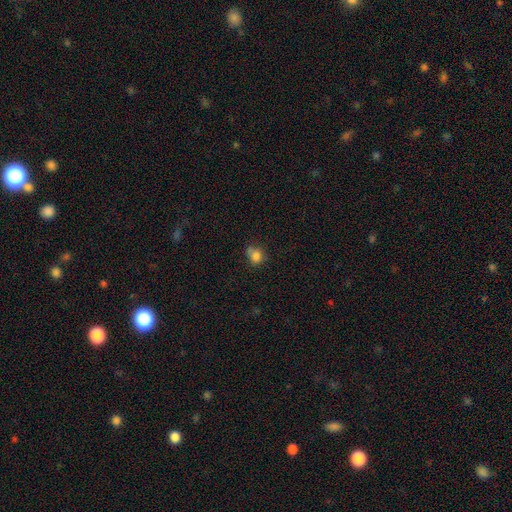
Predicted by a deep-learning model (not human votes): Overall: smooth (79%). How rounded: round (61%; in between 38%). Merging: none (52%; minor disturbance 27%).